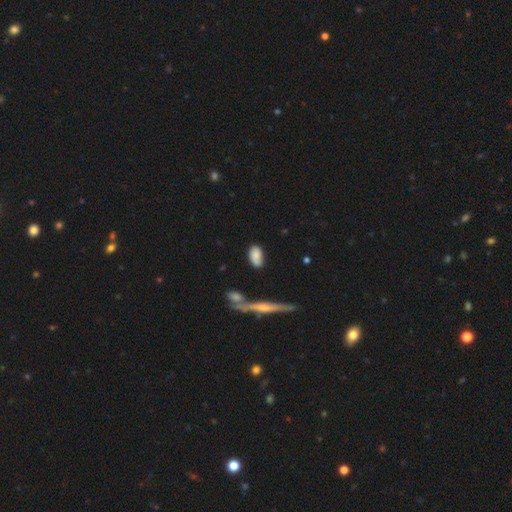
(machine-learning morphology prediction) type=smooth (80%); roundness=in between (90%); merging=none (68%).